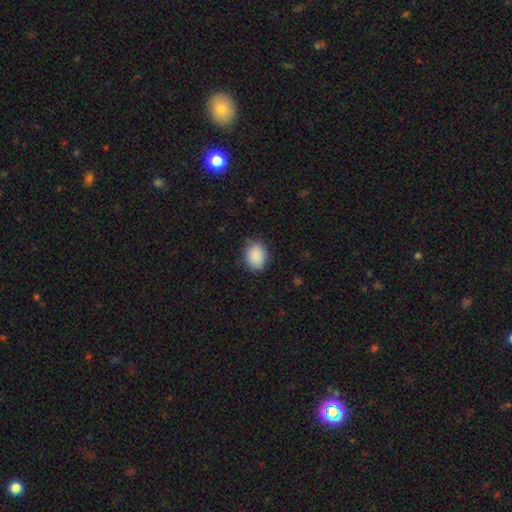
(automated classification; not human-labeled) Smooth or featured? smooth (89%)
How rounded? in between (54%)
Merging? none (81%)